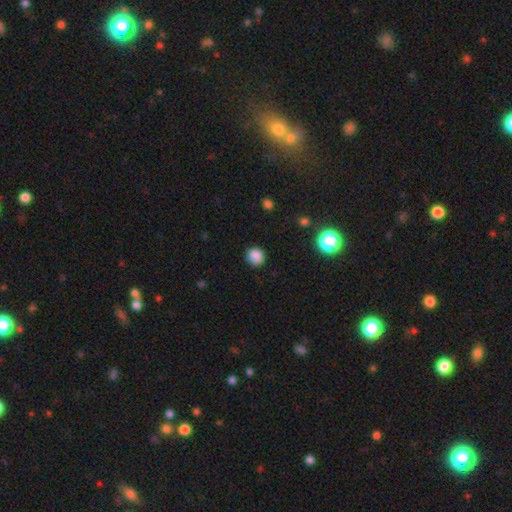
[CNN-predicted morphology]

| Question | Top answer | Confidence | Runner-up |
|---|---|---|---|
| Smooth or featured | smooth | 85% | star or artifact (11%) |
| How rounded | round | 83% | in between (16%) |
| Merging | none | 85% | minor disturbance (11%) |